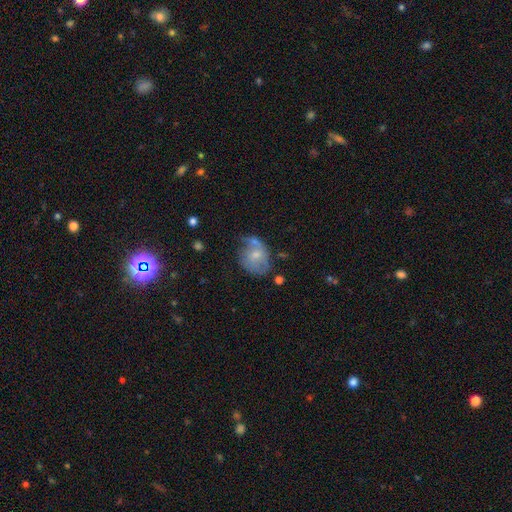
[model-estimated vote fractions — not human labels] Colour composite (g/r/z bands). It shows a smooth galaxy with no disk features (48%). Merging: none (37%).